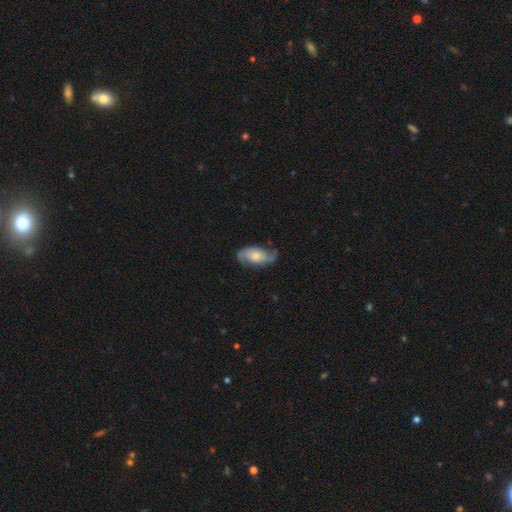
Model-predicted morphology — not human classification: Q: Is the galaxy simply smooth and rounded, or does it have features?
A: featured or disk — 71%.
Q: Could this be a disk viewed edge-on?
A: no — 95%.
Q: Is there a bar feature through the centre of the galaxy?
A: no — 66%.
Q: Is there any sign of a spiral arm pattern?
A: yes — 92%.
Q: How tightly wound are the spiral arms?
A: medium — 40%.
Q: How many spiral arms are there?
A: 2 — 87%.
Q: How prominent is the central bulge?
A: moderate — 49%.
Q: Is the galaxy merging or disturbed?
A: none — 68%.